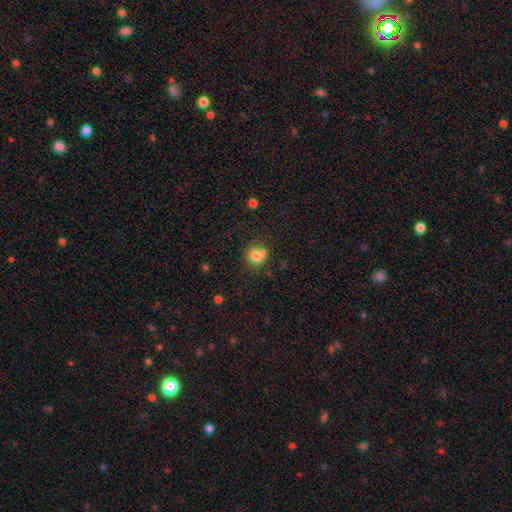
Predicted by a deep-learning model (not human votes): This is likely a smooth galaxy (75%). How rounded: likely round (73%). Merging: possibly none (47%).